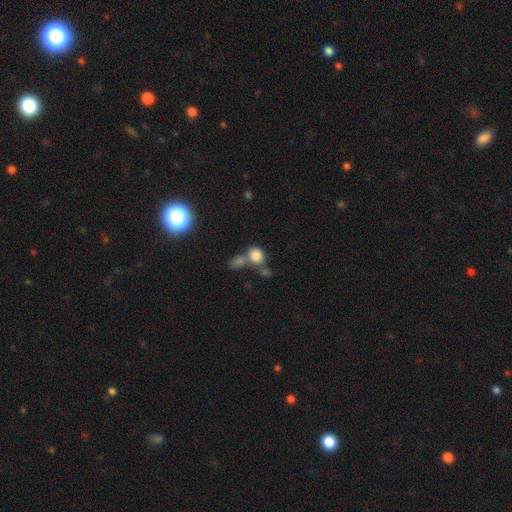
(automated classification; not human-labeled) Smooth or featured? smooth (80%)
How rounded? round (60%)
Merging? merger (48%)